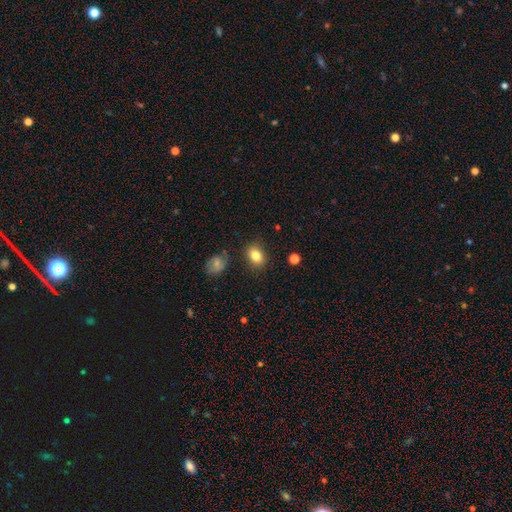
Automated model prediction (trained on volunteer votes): A smooth galaxy with no disk features (83%) that is in between round and cigar-shaped (69%). Merging: none (84%).